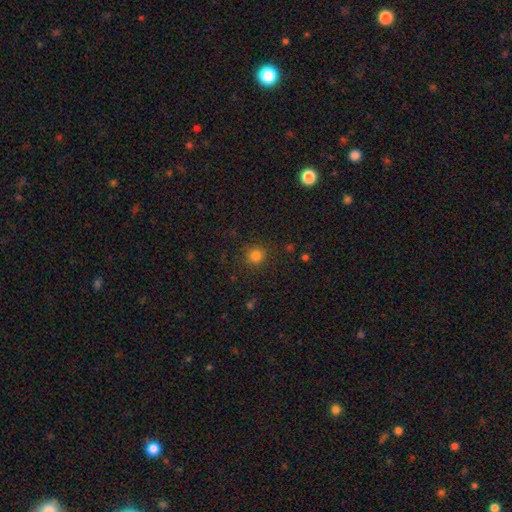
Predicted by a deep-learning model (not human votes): Overall: smooth (81%). How rounded: round (91%). Merging: none (89%).